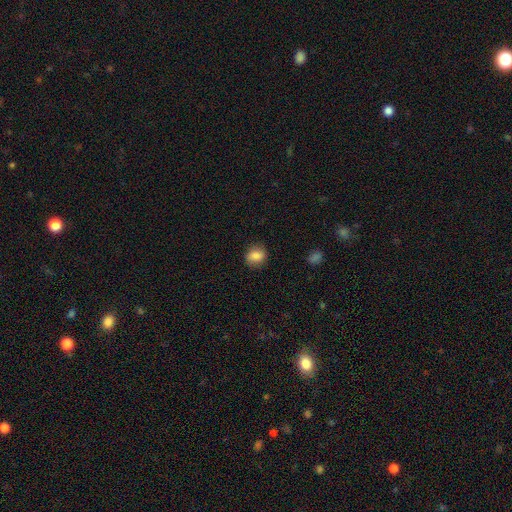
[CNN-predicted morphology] smooth 82%, featured or disk 9%, star or artifact 9%. Down the decision tree: how rounded — round (65%); merging — none (84%).